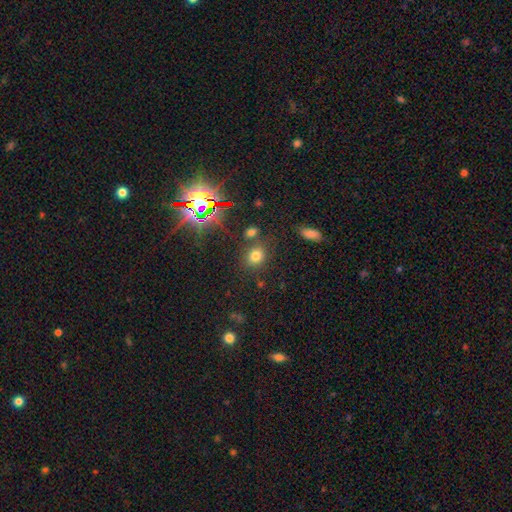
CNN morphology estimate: smooth_or_featured: smooth (p=0.68) [alt: star or artifact p=0.23]
how_rounded: round (p=0.59) [alt: in between p=0.40]
merging: none (p=0.74) [alt: merger p=0.11]